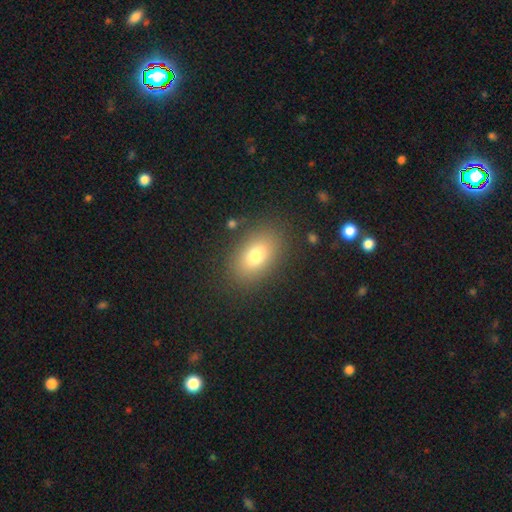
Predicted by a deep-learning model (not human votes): Smooth or featured? Predicted: smooth (p=0.76). How rounded? Predicted: in between (p=0.85). Merging? Predicted: none (p=0.85).